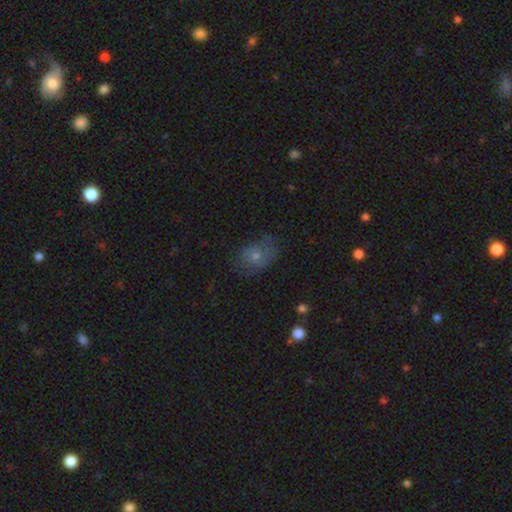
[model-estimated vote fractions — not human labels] smooth-or-featured: smooth: 58% | featured or disk: 25% | star or artifact: 17%
  how-rounded: in between: 64% | round: 35% | cigar-shaped: 1%
  merging: none: 60% | minor disturbance: 26% | major disturbance: 12% | merger: 2%